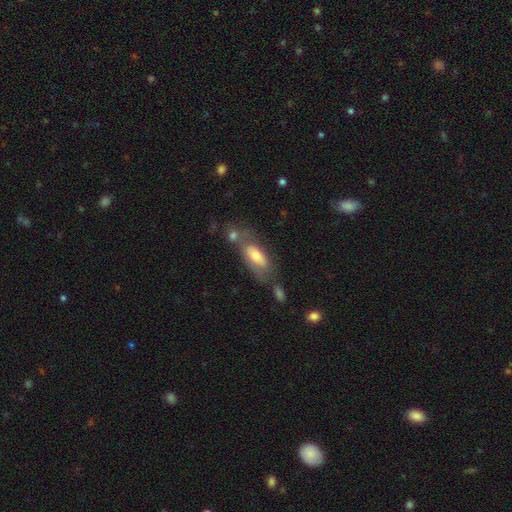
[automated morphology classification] Q: Smooth or featured?
A: smooth (63%); runner-up: featured or disk (30%)
Q: How rounded?
A: in between (77%); runner-up: cigar-shaped (21%)
Q: Merging?
A: none (47%); runner-up: merger (23%)